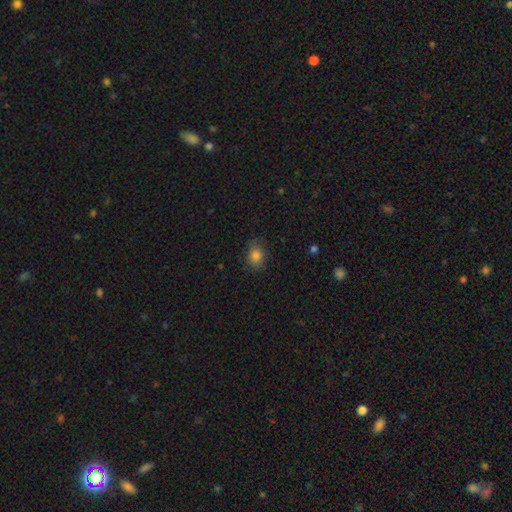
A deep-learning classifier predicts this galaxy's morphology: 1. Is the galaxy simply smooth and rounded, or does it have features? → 82% smooth, 11% star or artifact, 6% featured or disk.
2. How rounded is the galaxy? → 60% in between, 38% round, 1% cigar-shaped.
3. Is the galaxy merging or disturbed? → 79% none, 16% minor disturbance, 4% major disturbance, 1% merger.